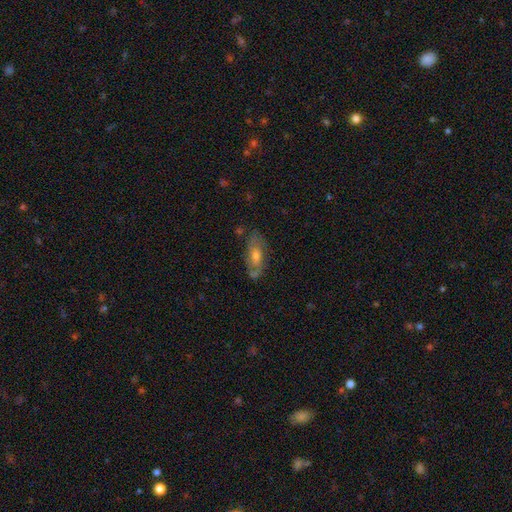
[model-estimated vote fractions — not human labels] Smooth or featured: featured or disk — 55% (smooth — 37%)
Edge-on disk: no — 82% (yes — 18%)
Merging: none — 68% (minor disturbance — 21%)